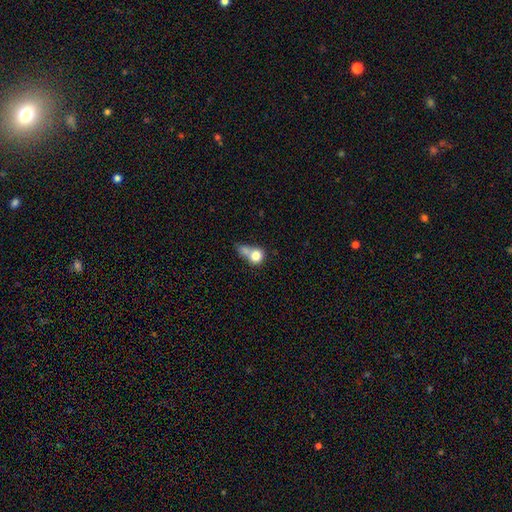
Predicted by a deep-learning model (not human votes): A smooth galaxy with no disk features (77%) that is round (78%).

Vote fractions:
- Smooth or featured? smooth: 77% / featured or disk: 14% / star or artifact: 9%
- How rounded? round: 78% / in between: 21% / cigar-shaped: 2%
- Merging? merger: 54% / none: 27% / minor disturbance: 11% / major disturbance: 8%